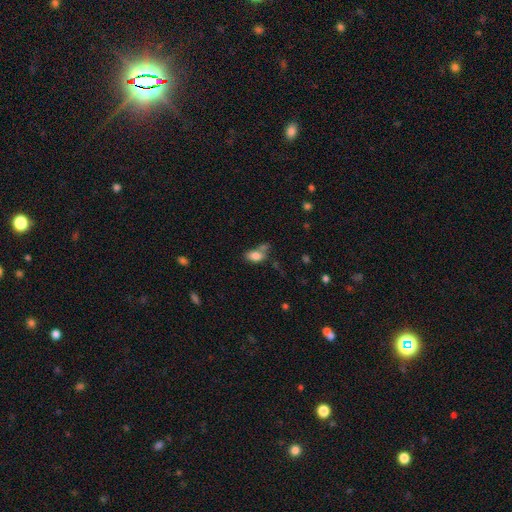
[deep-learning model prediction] smooth_or_featured: smooth (p=0.81) [alt: star or artifact p=0.10]
how_rounded: in between (p=0.89) [alt: round p=0.09]
merging: none (p=0.44) [alt: merger p=0.28]